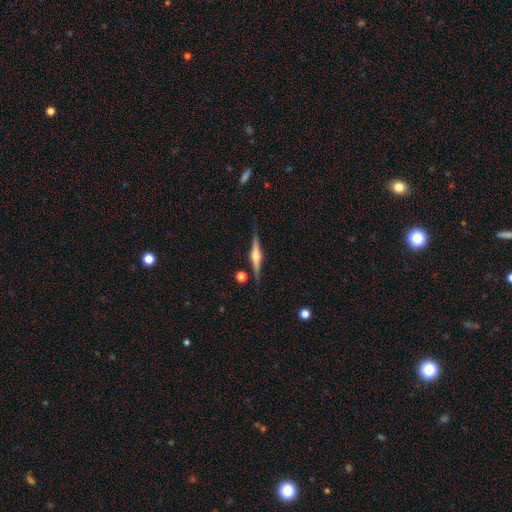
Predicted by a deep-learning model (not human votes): featured or disk 78%, smooth 16%, star or artifact 6%. Down the decision tree: edge-on disk — yes (98%); edge-on bulge — rounded (88%); merging — none (86%).